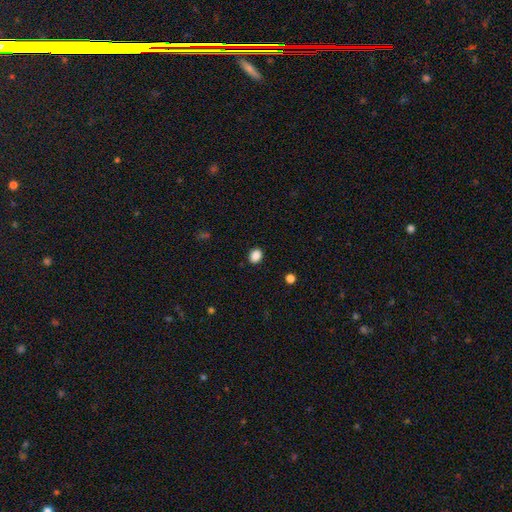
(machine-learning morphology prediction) Q: Smooth or featured?
A: smooth (88%); runner-up: star or artifact (10%)
Q: How rounded?
A: in between (53%); runner-up: round (46%)
Q: Merging?
A: none (89%); runner-up: minor disturbance (8%)